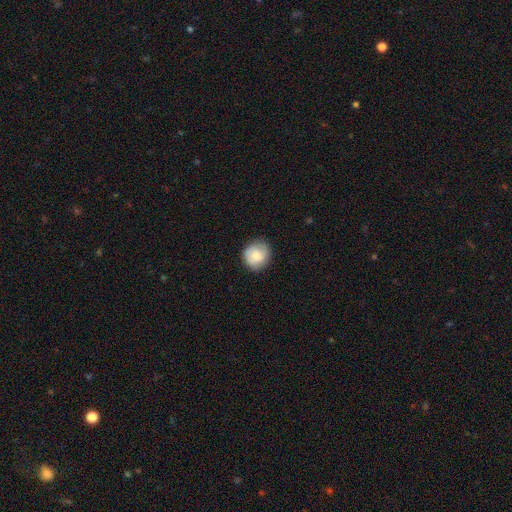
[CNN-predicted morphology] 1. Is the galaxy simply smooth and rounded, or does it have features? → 79% smooth, 14% featured or disk, 7% star or artifact.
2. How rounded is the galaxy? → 88% round, 12% in between, 1% cigar-shaped.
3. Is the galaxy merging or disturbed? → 82% none, 14% minor disturbance, 3% major disturbance, 1% merger.